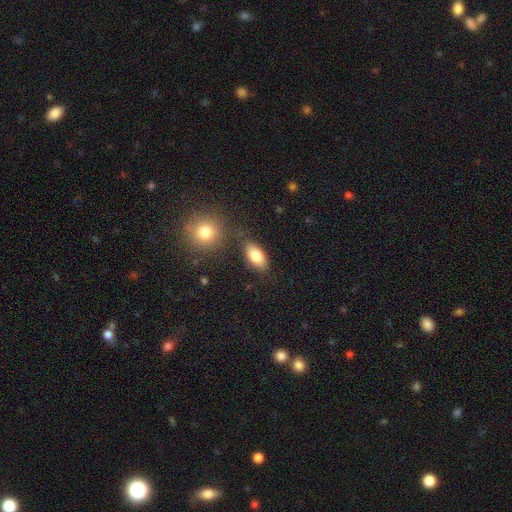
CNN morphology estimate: Smooth or featured? Predicted: smooth (p=0.82). How rounded? Predicted: in between (p=0.89). Merging? Predicted: none (p=0.78).